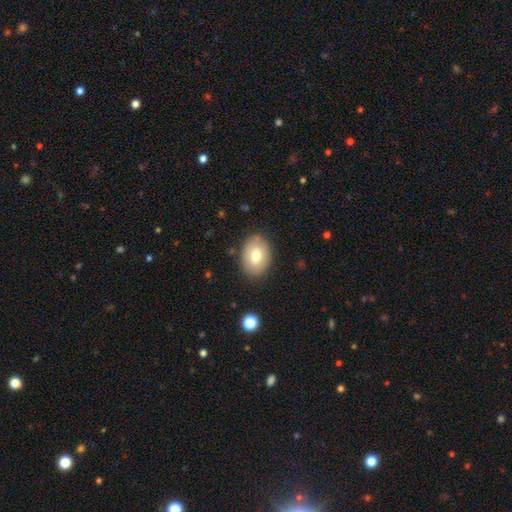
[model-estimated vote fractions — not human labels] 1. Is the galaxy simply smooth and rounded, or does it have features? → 73% smooth, 20% featured or disk, 8% star or artifact.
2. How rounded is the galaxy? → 80% in between, 19% round, 1% cigar-shaped.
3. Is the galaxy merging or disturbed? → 83% none, 13% minor disturbance, 3% major disturbance, 2% merger.